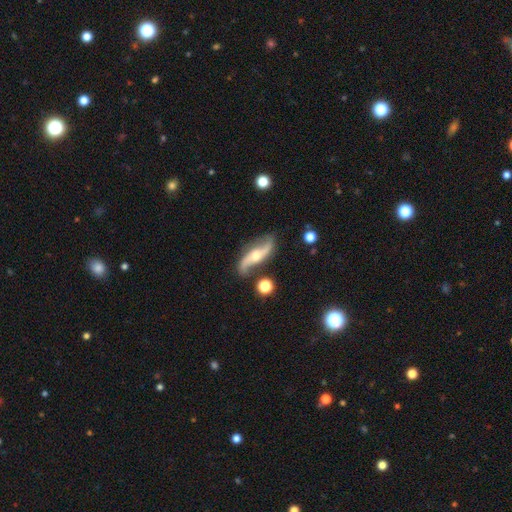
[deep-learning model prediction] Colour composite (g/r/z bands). It shows a featured or disk galaxy (83%) with no bar (52%), 2 (93%) loose (82%) spiral arms (95%) and a moderate central bulge (60%). Merging: none (75%).